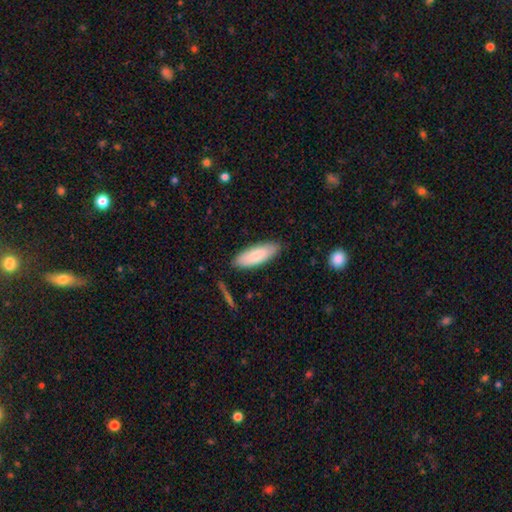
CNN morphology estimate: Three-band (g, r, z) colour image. It shows a smooth galaxy with no disk features (83%) that is in between round and cigar-shaped (68%). Merging: none (85%).